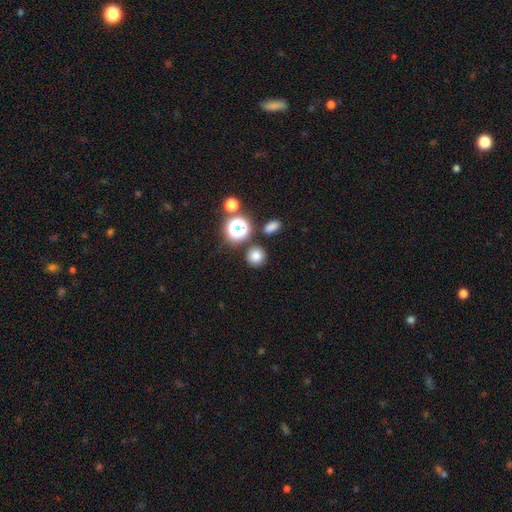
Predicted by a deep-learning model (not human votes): Smooth or featured?
  - smooth: 79% *
  - star or artifact: 15%
  - featured or disk: 6%
How rounded?
  - round: 91% *
  - in between: 8%
  - cigar-shaped: 1%
Merging?
  - none: 85% *
  - minor disturbance: 7%
  - merger: 5%
  - major disturbance: 3%